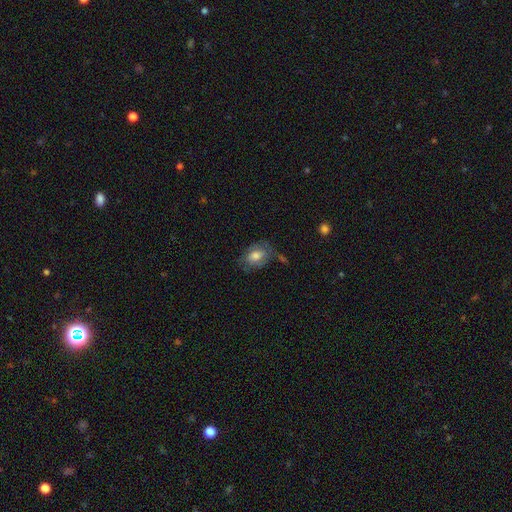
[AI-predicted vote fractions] smooth_or_featured: smooth (p=0.65) [alt: featured or disk p=0.27]
how_rounded: in between (p=0.80) [alt: round p=0.18]
merging: none (p=0.53) [alt: minor disturbance p=0.27]